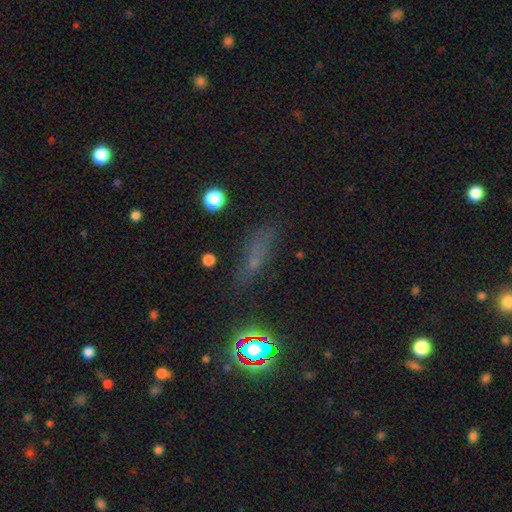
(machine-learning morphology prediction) A smooth galaxy with no disk features (45%). Merging: none (72%).